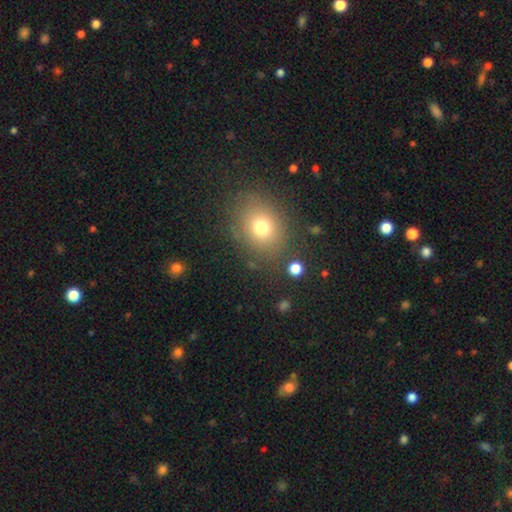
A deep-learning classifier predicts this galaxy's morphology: smooth 64%, star or artifact 27%, featured or disk 9%. Down the decision tree: how rounded — round (68%); merging — none (88%).